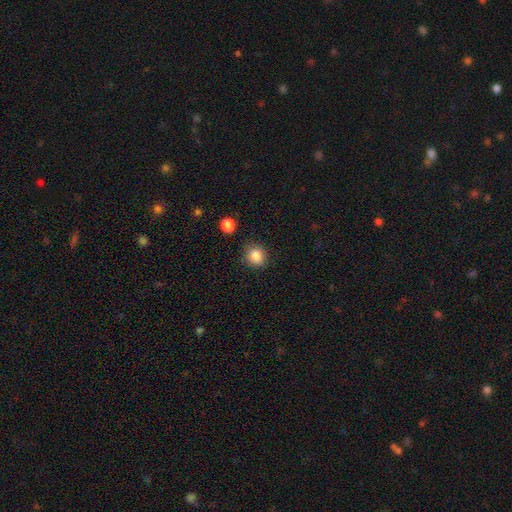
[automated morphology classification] Smooth or featured: smooth — 85% (star or artifact — 10%)
How rounded: round — 81% (in between — 18%)
Merging: none — 84% (minor disturbance — 10%)